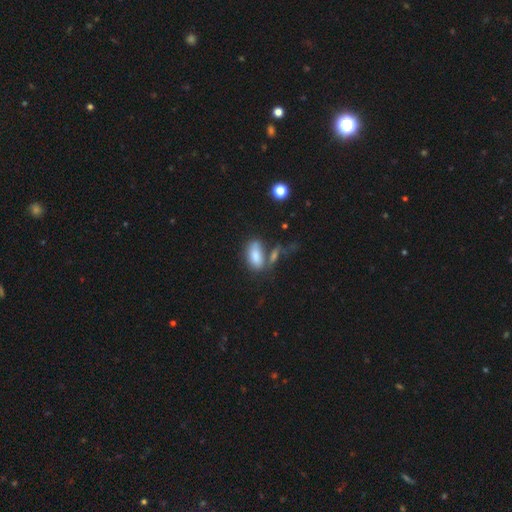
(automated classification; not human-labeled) A smooth galaxy with no disk features (80%) that is in between round and cigar-shaped (87%). Merging: none (46%).